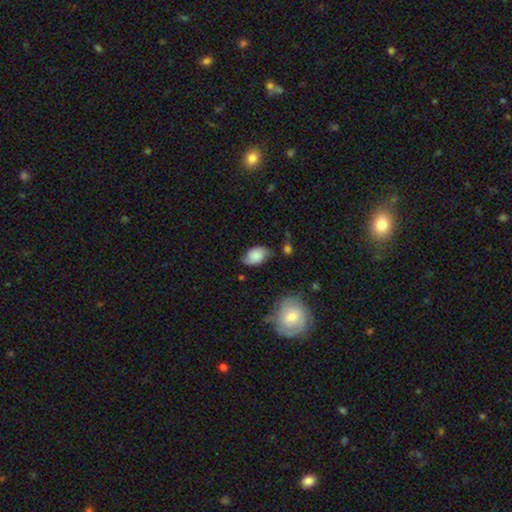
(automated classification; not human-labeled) Smooth or featured? smooth (66%)
How rounded? in between (87%)
Merging? none (63%)